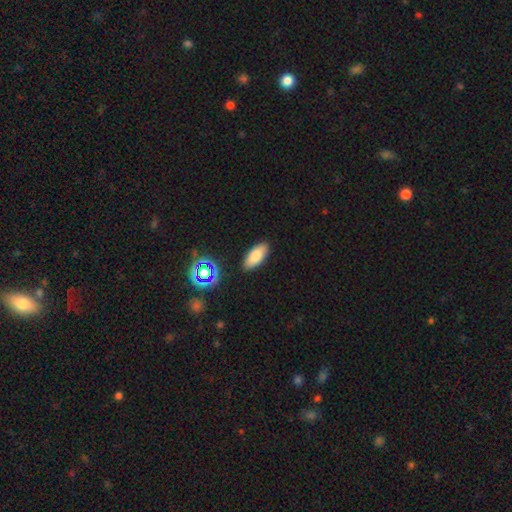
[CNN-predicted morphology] The model was most divided on "smooth or featured": smooth: 79%, featured or disk: 11%, star or artifact: 10%. More confident: merging — none (87%); how rounded — in between (85%).